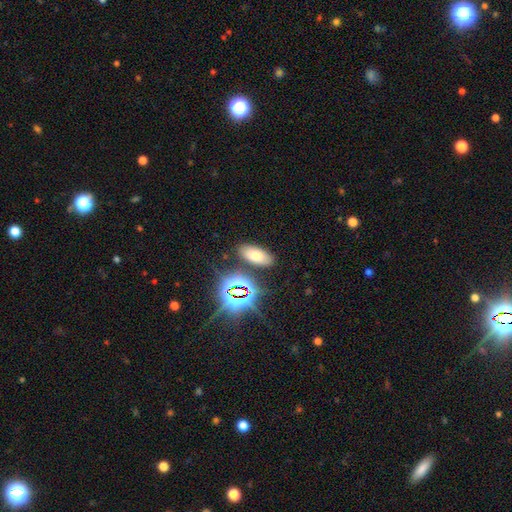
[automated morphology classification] Smooth or featured?
  - smooth: 60% *
  - star or artifact: 28%
  - featured or disk: 12%
How rounded?
  - in between: 87% *
  - cigar-shaped: 7%
  - round: 6%
Merging?
  - none: 85% *
  - minor disturbance: 8%
  - merger: 4%
  - major disturbance: 3%